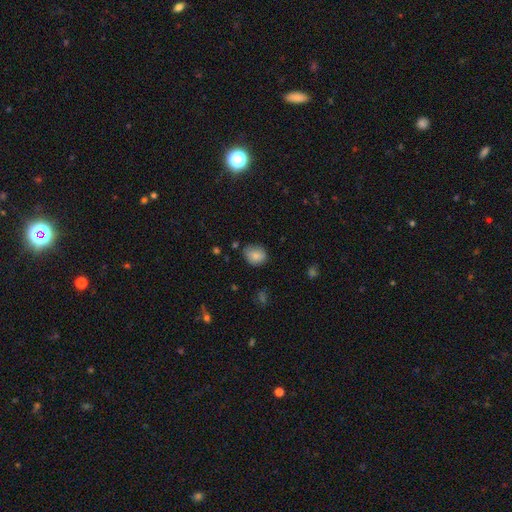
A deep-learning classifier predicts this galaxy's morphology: This is clearly a smooth galaxy (83%). How rounded: possibly round (57%). Merging: likely none (73%).